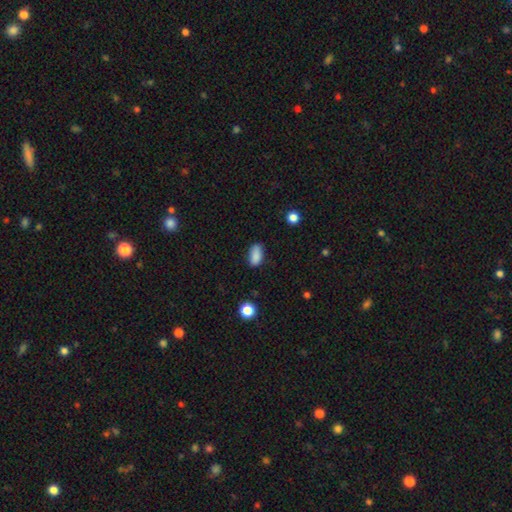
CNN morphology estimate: smooth-or-featured: smooth: 87% | star or artifact: 9% | featured or disk: 4%
  how-rounded: in between: 89% | cigar-shaped: 6% | round: 5%
  merging: none: 76% | minor disturbance: 19% | major disturbance: 3% | merger: 2%